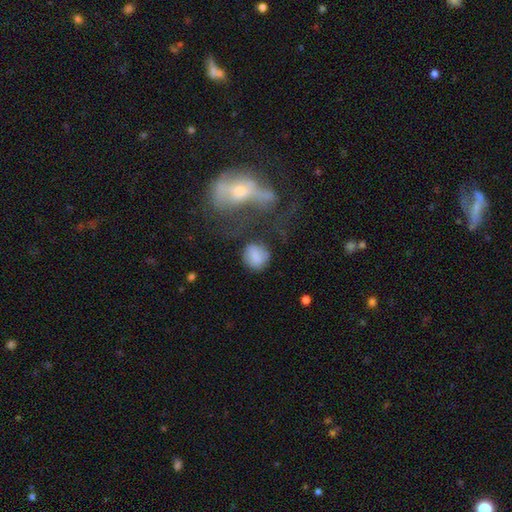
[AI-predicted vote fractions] Smooth or featured: smooth — 76% (featured or disk — 15%)
How rounded: round — 72% (in between — 26%)
Merging: none — 64% (minor disturbance — 15%)